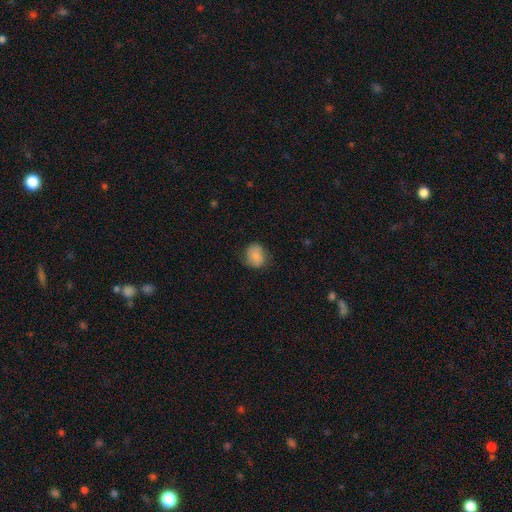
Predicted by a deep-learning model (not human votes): Smooth or featured? smooth (78%)
How rounded? round (69%)
Merging? none (71%)